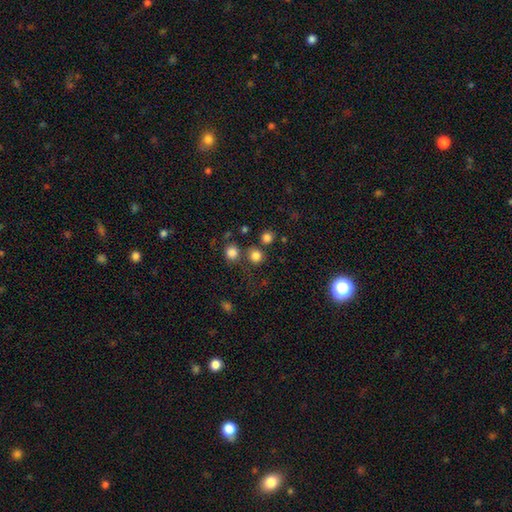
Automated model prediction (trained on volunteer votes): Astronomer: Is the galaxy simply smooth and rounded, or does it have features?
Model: smooth — 79%.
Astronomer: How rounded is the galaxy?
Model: round — 91%.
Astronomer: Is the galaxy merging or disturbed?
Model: none — 74%.